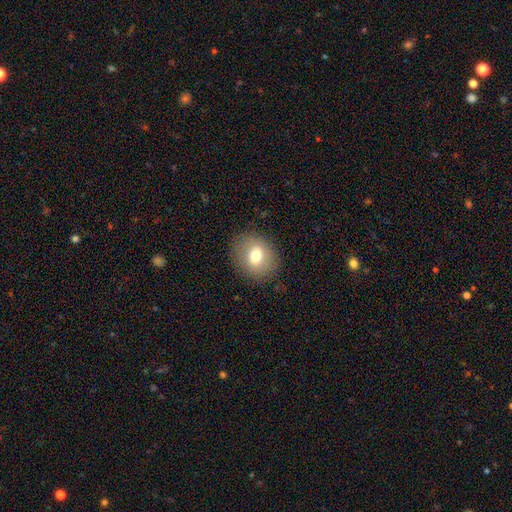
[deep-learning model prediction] Smooth or featured? Predicted: smooth (p=0.71). How rounded? Predicted: round (p=0.61). Merging? Predicted: none (p=0.86).